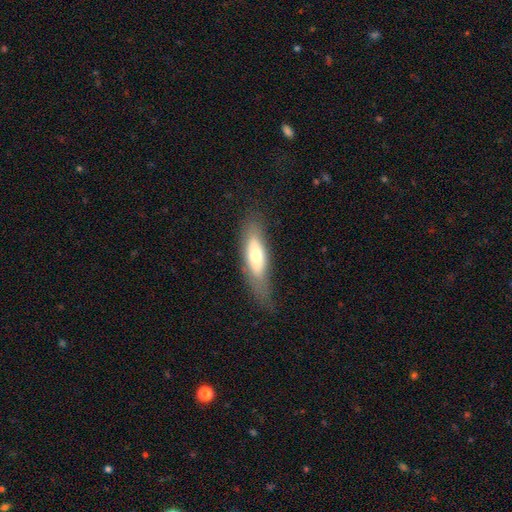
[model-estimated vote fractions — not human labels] smooth_or_featured: smooth (p=0.57) [alt: featured or disk p=0.36]
how_rounded: in between (p=0.58) [alt: cigar-shaped p=0.40]
merging: none (p=0.67) [alt: minor disturbance p=0.22]